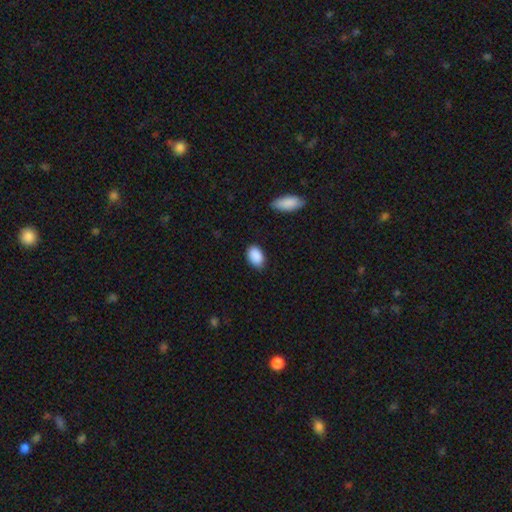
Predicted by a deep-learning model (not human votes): Smooth or featured? Predicted: smooth (p=0.90). How rounded? Predicted: in between (p=0.88). Merging? Predicted: none (p=0.82).